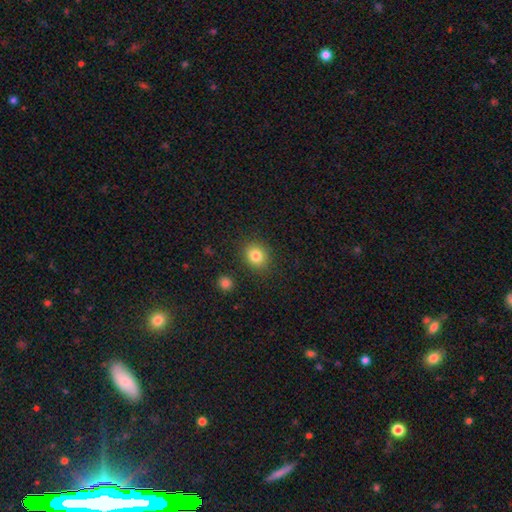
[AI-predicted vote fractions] smooth 82%, star or artifact 11%, featured or disk 7%. Down the decision tree: how rounded — round (70%); merging — none (86%).